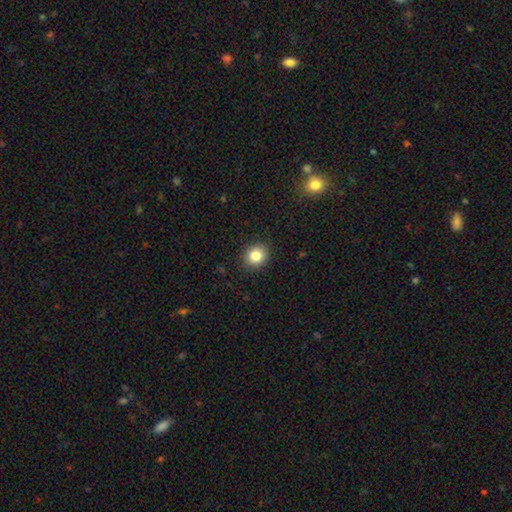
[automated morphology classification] Q: Smooth or featured?
A: smooth (84%); runner-up: star or artifact (10%)
Q: How rounded?
A: round (78%); runner-up: in between (22%)
Q: Merging?
A: none (90%); runner-up: minor disturbance (7%)